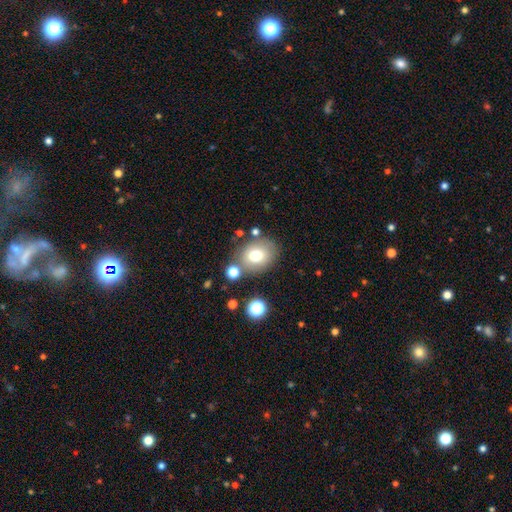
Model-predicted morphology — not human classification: Overall: smooth (73%). How rounded: round (50%; in between 49%). Merging: none (72%).